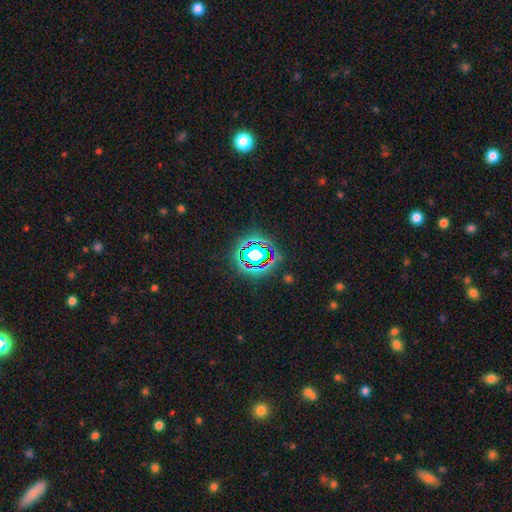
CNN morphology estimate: Smooth or featured: star or artifact — 68% (smooth — 19%)